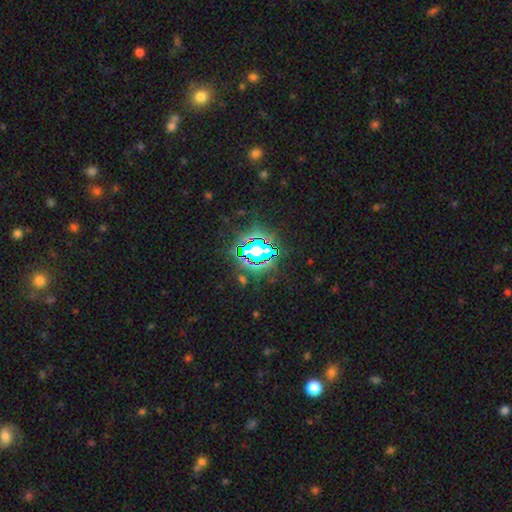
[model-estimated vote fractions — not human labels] Smooth or featured?
  - star or artifact: 79% *
  - smooth: 13%
  - featured or disk: 8%